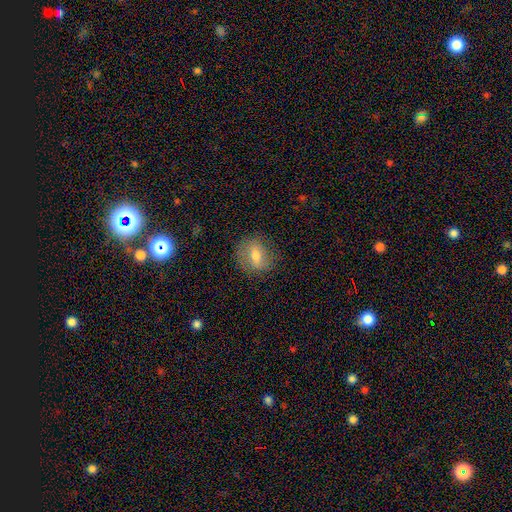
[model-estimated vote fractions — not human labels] smooth 59%, featured or disk 30%, star or artifact 11%. Down the decision tree: how rounded — round (57%); merging — none (79%).